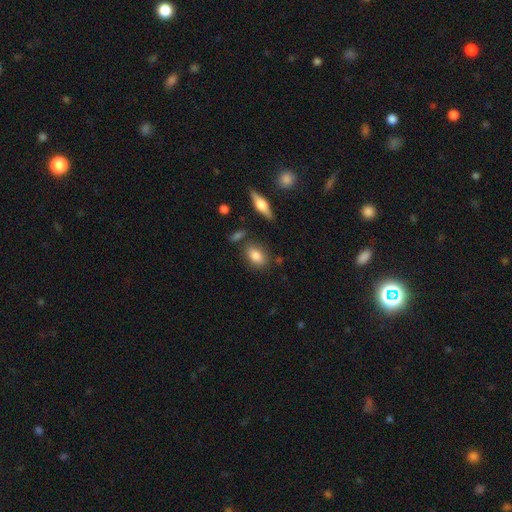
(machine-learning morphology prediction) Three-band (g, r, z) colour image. It shows a smooth galaxy with no disk features (82%) that is in between round and cigar-shaped (78%). Merging: none (78%).